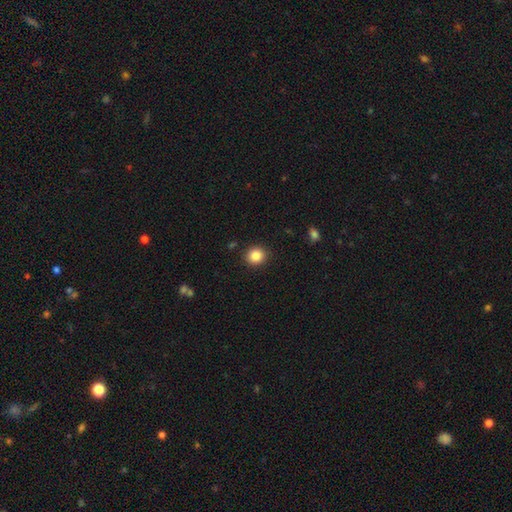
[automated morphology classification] Smooth or featured?
  - smooth: 85% *
  - star or artifact: 10%
  - featured or disk: 5%
How rounded?
  - round: 87% *
  - in between: 13%
  - cigar-shaped: 1%
Merging?
  - none: 91% *
  - minor disturbance: 6%
  - major disturbance: 2%
  - merger: 1%